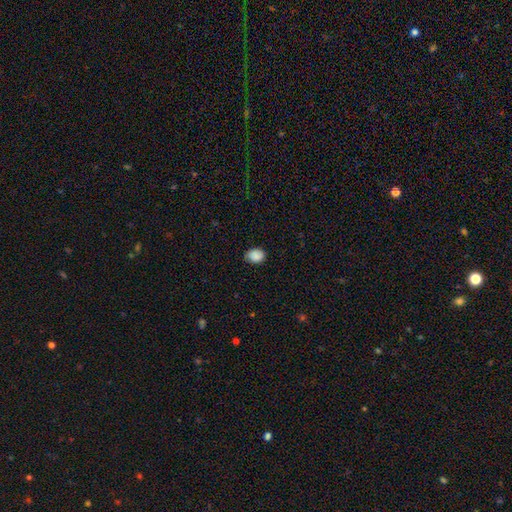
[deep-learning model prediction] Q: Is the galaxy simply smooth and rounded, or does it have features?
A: smooth — 88%.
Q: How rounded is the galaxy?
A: in between — 62%.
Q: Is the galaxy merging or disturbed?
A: none — 79%.